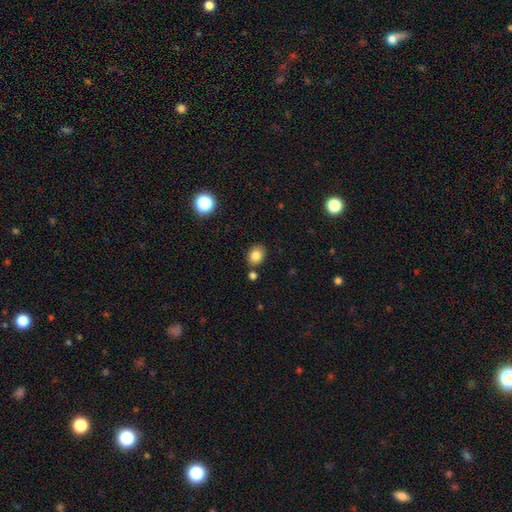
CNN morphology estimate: Smooth or featured? Predicted: smooth (p=0.83). How rounded? Predicted: in between (p=0.60). Merging? Predicted: none (p=0.81).